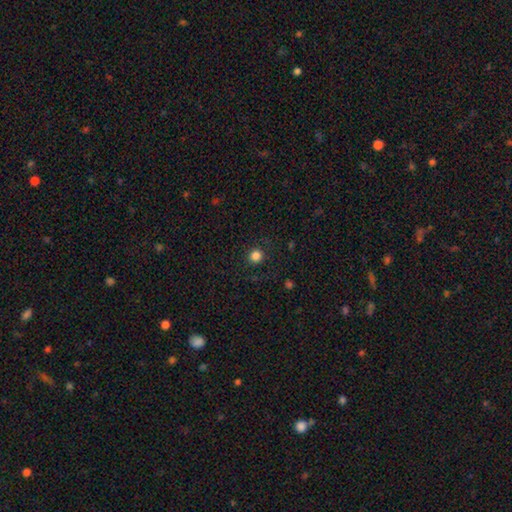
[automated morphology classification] Smooth or featured? smooth (83%)
How rounded? round (92%)
Merging? none (89%)